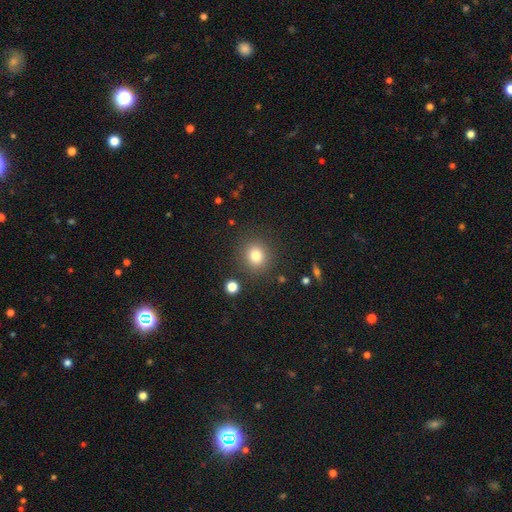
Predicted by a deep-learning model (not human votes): Morphology: type=smooth (80%); roundness=round (86%); merging=none (86%).